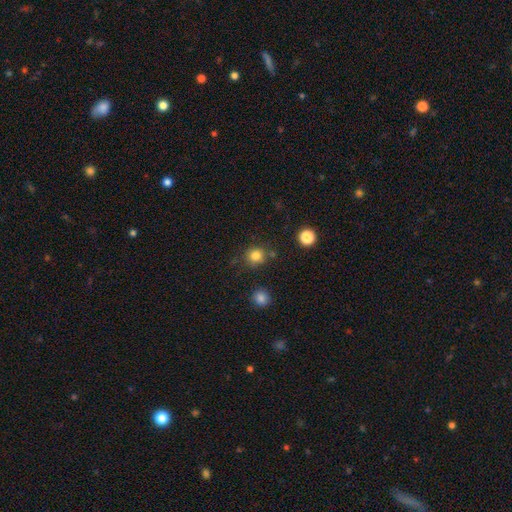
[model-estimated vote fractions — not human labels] Morphology: type=smooth (81%); roundness=round (88%); merging=none (80%).